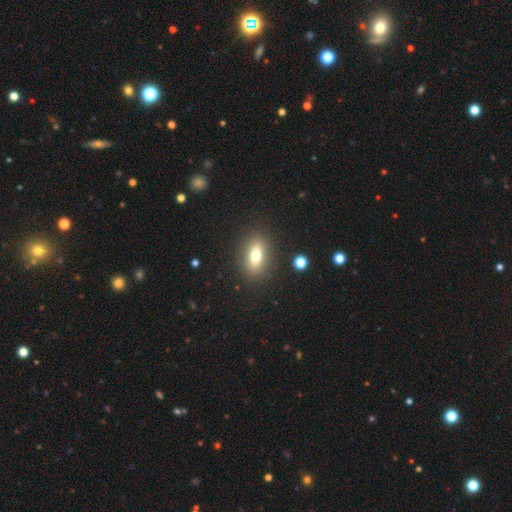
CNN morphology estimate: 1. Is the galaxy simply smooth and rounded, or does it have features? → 71% smooth, 18% featured or disk, 11% star or artifact.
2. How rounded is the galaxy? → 78% in between, 12% round, 10% cigar-shaped.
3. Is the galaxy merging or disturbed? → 87% none, 8% minor disturbance, 3% major disturbance, 2% merger.